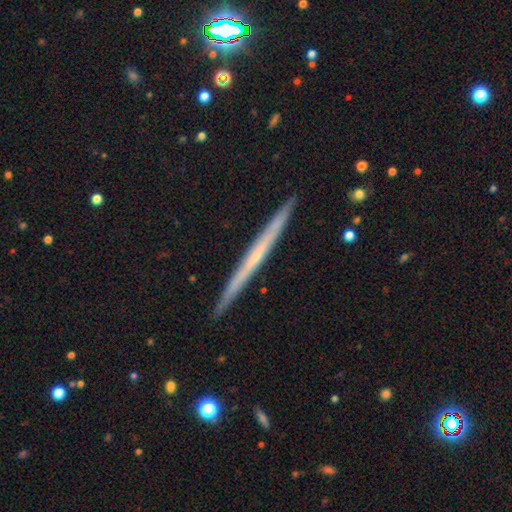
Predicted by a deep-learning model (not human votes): Smooth or featured?
  - featured or disk: 68% *
  - smooth: 25%
  - star or artifact: 8%
Edge-on disk?
  - yes: 98% *
  - no: 2%
Edge-on bulge?
  - none: 73% *
  - rounded: 23%
  - boxy: 4%
Merging?
  - none: 92% *
  - minor disturbance: 6%
  - merger: 1%
  - major disturbance: 1%